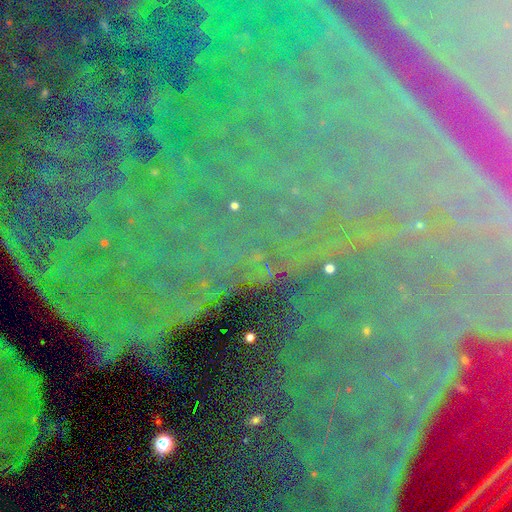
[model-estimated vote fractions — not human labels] Smooth or featured?
  - star or artifact: 84% *
  - featured or disk: 9%
  - smooth: 7%